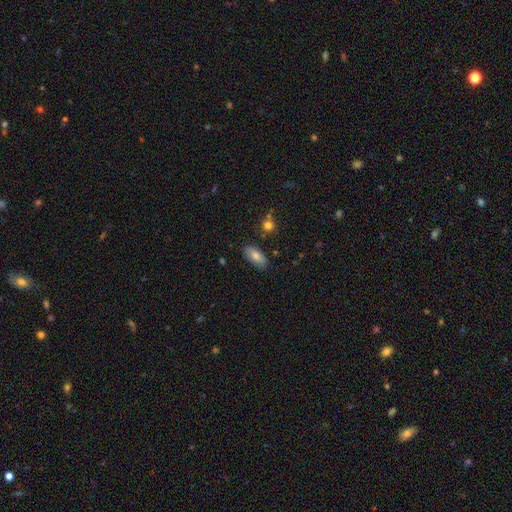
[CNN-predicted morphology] A smooth galaxy with no disk features (74%) that is in between round and cigar-shaped (86%). Merging: none (84%).